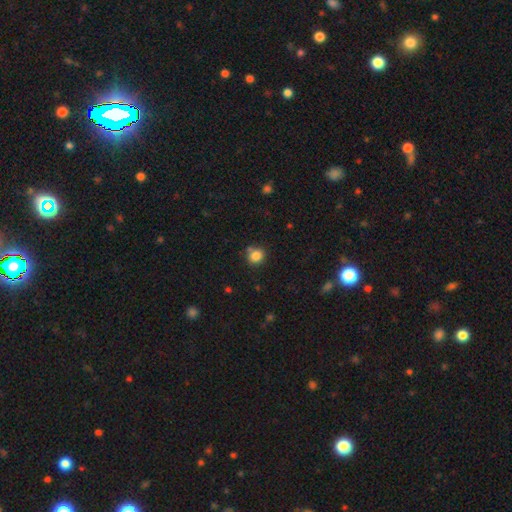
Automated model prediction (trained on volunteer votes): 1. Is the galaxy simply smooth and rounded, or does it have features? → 84% smooth, 11% star or artifact, 5% featured or disk.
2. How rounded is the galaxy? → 83% round, 16% in between, 1% cigar-shaped.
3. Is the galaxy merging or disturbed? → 73% none, 14% minor disturbance, 10% merger, 4% major disturbance.